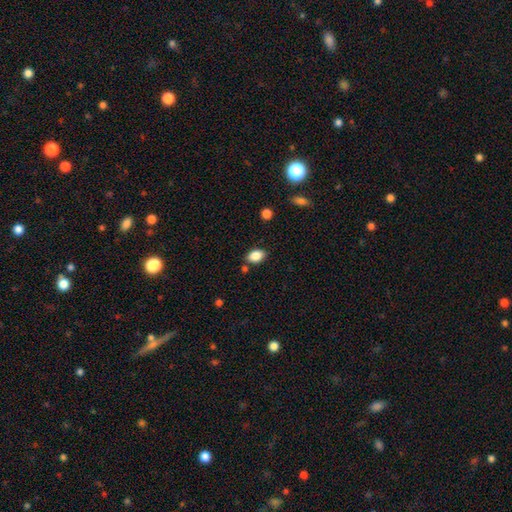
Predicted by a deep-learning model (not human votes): Q: Smooth or featured?
A: smooth (86%); runner-up: star or artifact (9%)
Q: How rounded?
A: in between (83%); runner-up: round (15%)
Q: Merging?
A: none (80%); runner-up: minor disturbance (12%)